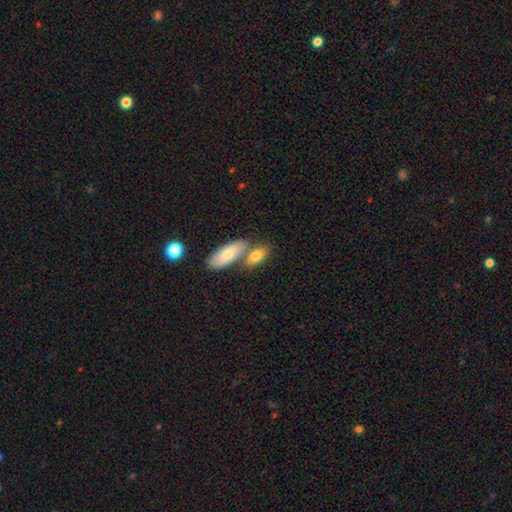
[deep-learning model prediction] Smooth or featured? Predicted: smooth (p=0.79). How rounded? Predicted: in between (p=0.83). Merging? Predicted: merger (p=0.46).